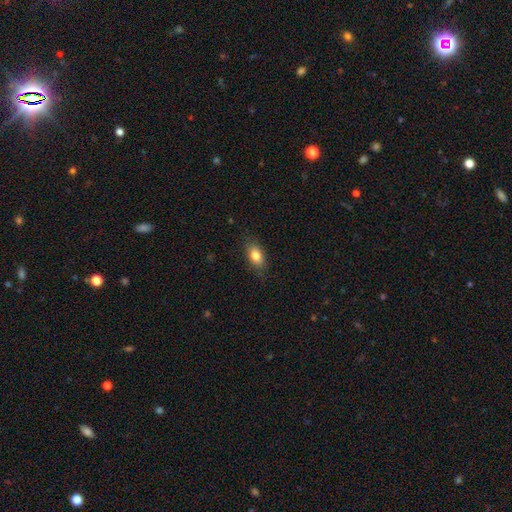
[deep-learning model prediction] This is clearly a smooth galaxy (80%). How rounded: clearly in between (85%). Merging: clearly none (81%).